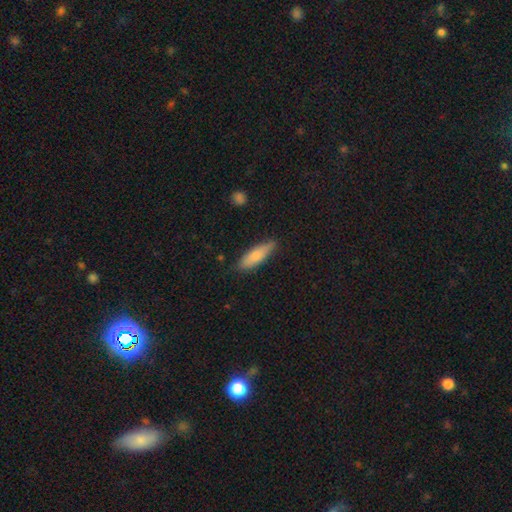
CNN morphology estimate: Smooth or featured? Predicted: smooth (p=0.78). How rounded? Predicted: cigar-shaped (p=0.55). Merging? Predicted: none (p=0.81).